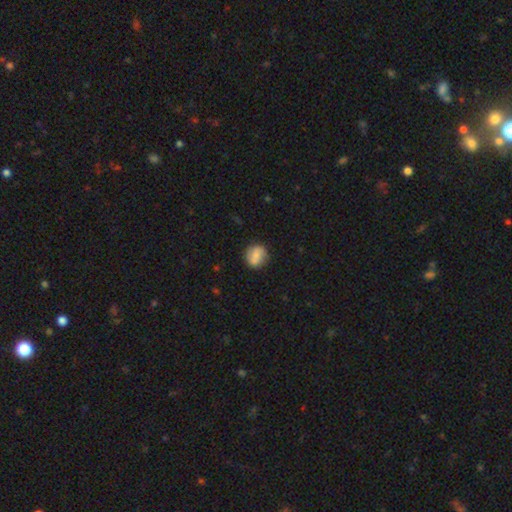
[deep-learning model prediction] This appears to be a smooth galaxy with no disk features (67%) that is round (82%). Merging: none (78%).